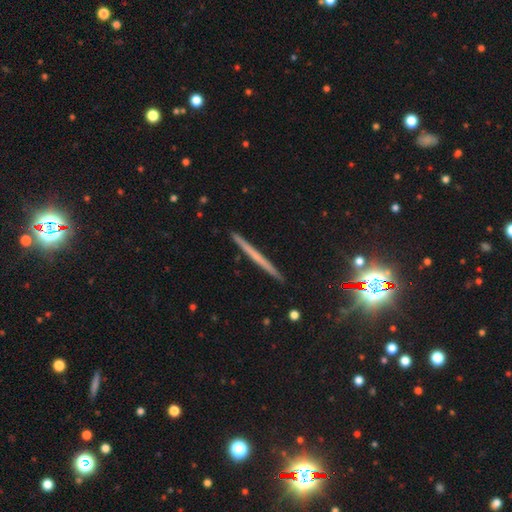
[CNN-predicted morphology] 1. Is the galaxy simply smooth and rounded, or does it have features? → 50% featured or disk, 39% smooth, 11% star or artifact.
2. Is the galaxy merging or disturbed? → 91% none, 6% minor disturbance, 1% major disturbance, 1% merger.